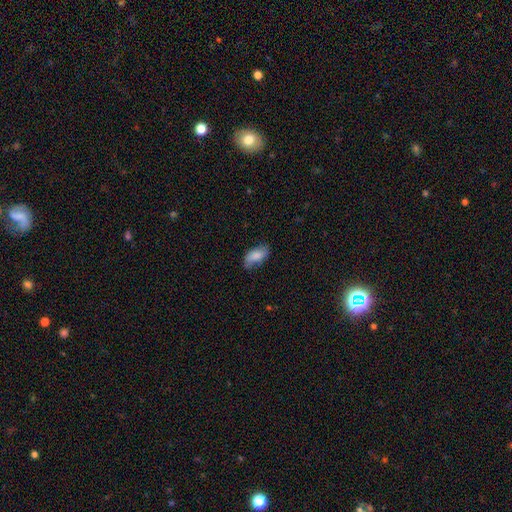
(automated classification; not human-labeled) smooth-or-featured: smooth: 80% | featured or disk: 13% | star or artifact: 7%
  how-rounded: in between: 90% | cigar-shaped: 7% | round: 3%
  merging: none: 68% | minor disturbance: 25% | major disturbance: 6% | merger: 2%